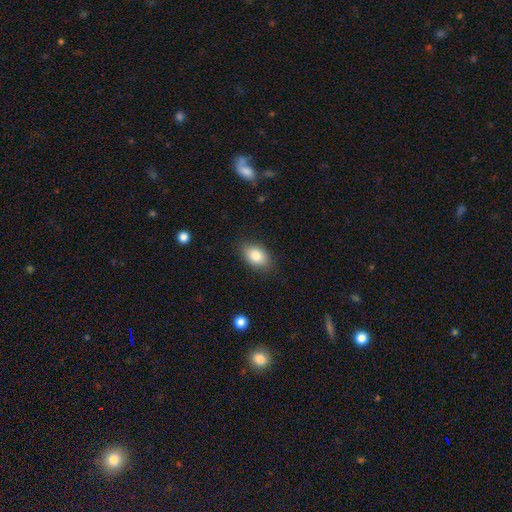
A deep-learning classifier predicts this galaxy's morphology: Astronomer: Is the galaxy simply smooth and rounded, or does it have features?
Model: smooth — 83%.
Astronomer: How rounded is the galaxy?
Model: in between — 86%.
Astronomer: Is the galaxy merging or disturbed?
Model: none — 84%.